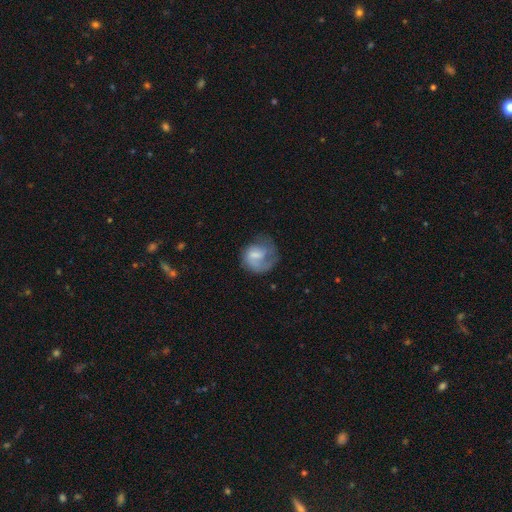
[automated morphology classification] Smooth or featured: smooth — 47% (featured or disk — 46%)
Merging: none — 45% (major disturbance — 30%)